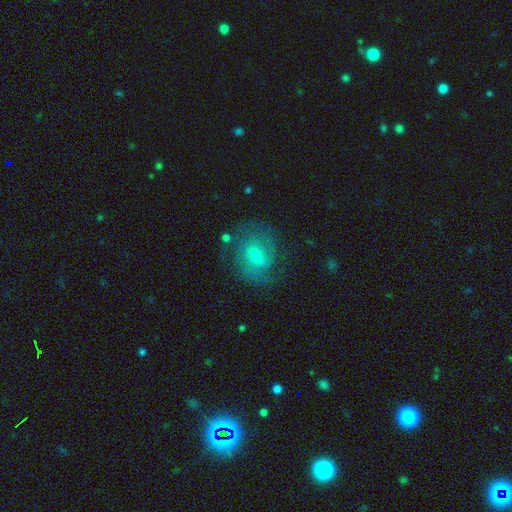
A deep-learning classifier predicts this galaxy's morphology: type=featured or disk (69%); edge-on=no (97%); bar=weak (52%); spiral arms=yes (87%); winding=medium (45%); arm count=2 (56%); bulge=small (52%); merging=none (67%).